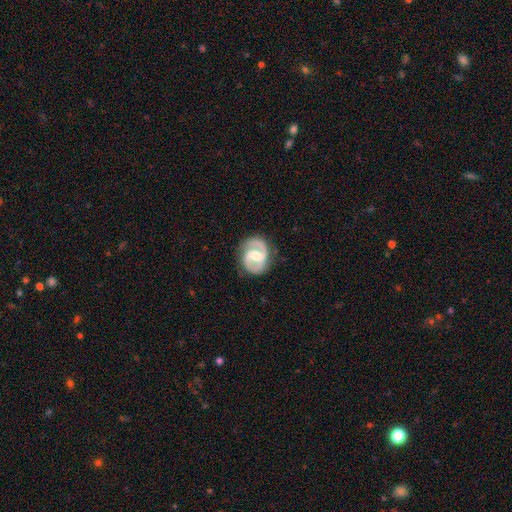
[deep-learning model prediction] A featured or disk galaxy (89%) with a weak bar (50%), 2 (92%) medium (56%) spiral arms (96%) and a moderate central bulge (66%).

Vote fractions:
- Smooth or featured? featured or disk: 89% / smooth: 7% / star or artifact: 4%
- Edge-on disk? no: 98% / yes: 2%
- Bar? weak: 50% / strong: 31% / no: 19%
- Spiral arms? yes: 96% / no: 4%
- Spiral winding? medium: 56% / tight: 30% / loose: 14%
- Spiral arm count? 2: 92% / can't tell: 3% / 1: 2% / 3: 1% / 4: 1% / more than 4: 1%
- Bulge size? moderate: 66% / small: 25% / large: 6% / none: 2% / dominant: 1%
- Merging? none: 82% / minor disturbance: 13% / major disturbance: 4% / merger: 1%